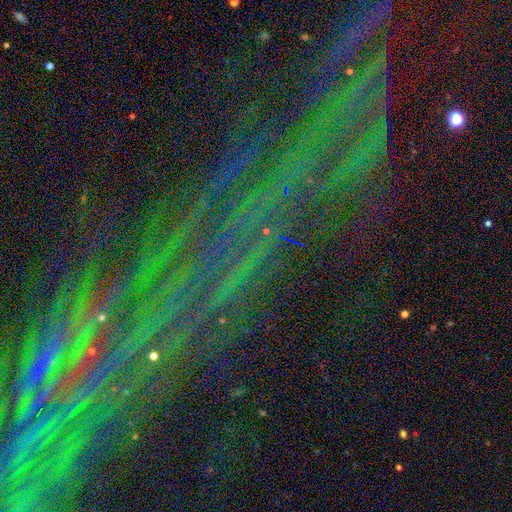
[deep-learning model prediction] Q: Smooth or featured?
A: star or artifact (83%); runner-up: featured or disk (10%)